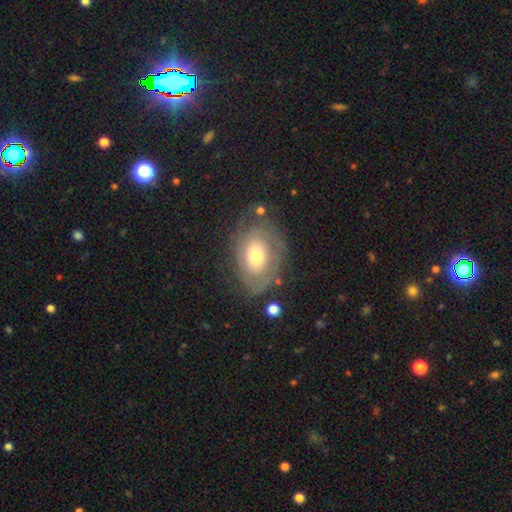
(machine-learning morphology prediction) type=featured or disk (59%); edge-on=no (94%); bar=no (80%); spiral arms=yes (67%); bulge=moderate (60%); merging=none (66%).